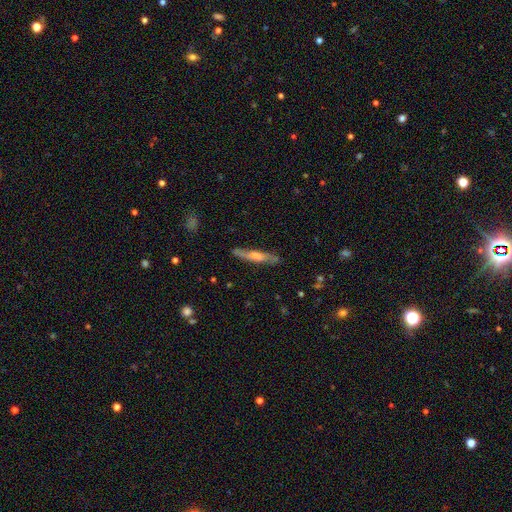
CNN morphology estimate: Smooth or featured?
  - featured or disk: 55% *
  - smooth: 39%
  - star or artifact: 6%
Edge-on disk?
  - yes: 83% *
  - no: 17%
Merging?
  - none: 81% *
  - minor disturbance: 14%
  - major disturbance: 3%
  - merger: 2%